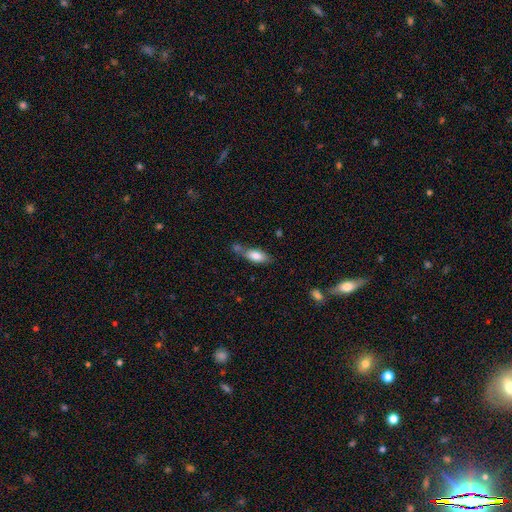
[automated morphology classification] A smooth galaxy with no disk features (80%) that is in between round and cigar-shaped (81%). Merging: none (49%).